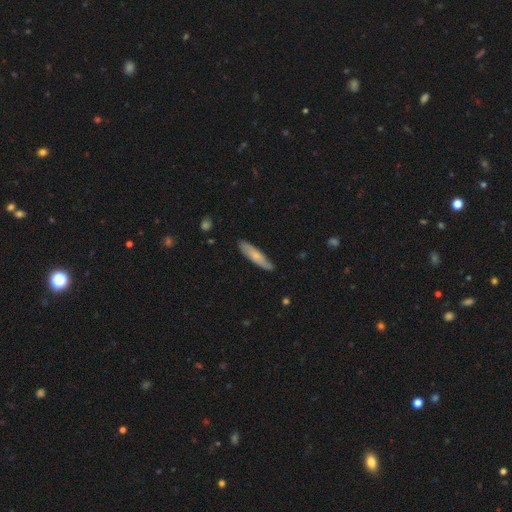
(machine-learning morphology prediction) Smooth or featured? Predicted: smooth (p=0.67). How rounded? Predicted: cigar-shaped (p=0.78). Merging? Predicted: none (p=0.82).